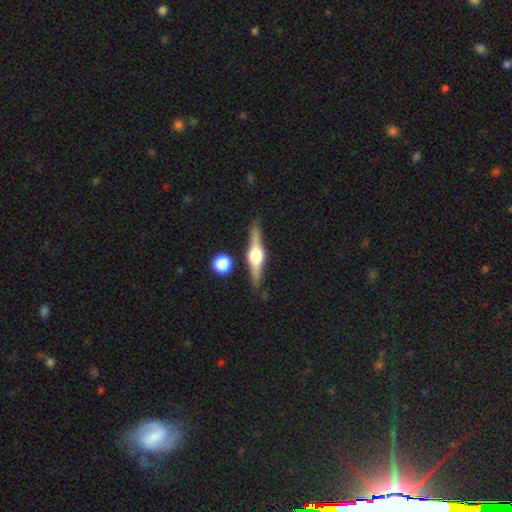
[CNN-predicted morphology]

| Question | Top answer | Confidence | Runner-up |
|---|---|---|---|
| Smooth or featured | featured or disk | 82% | smooth (12%) |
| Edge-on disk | yes | 98% | no (2%) |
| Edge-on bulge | rounded | 93% | boxy (6%) |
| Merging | none | 87% | minor disturbance (8%) |